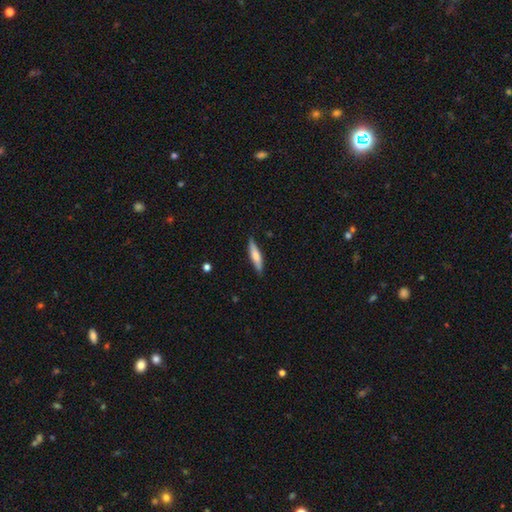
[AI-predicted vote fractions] This appears to be a smooth galaxy with no disk features (60%) that is cigar-shaped (80%). Merging: none (83%).